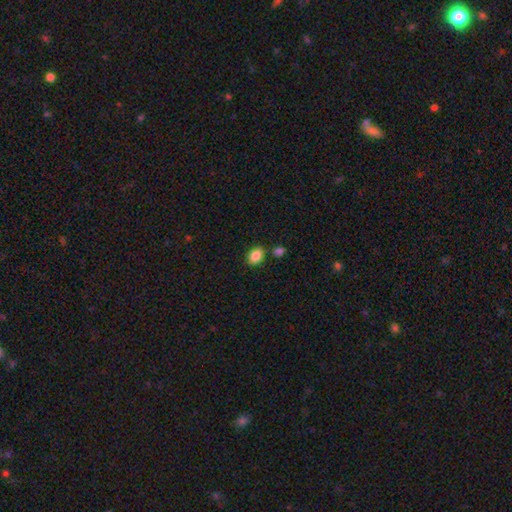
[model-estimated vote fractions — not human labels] A smooth galaxy with no disk features (86%) that is in between round and cigar-shaped (80%). Merging: none (80%).